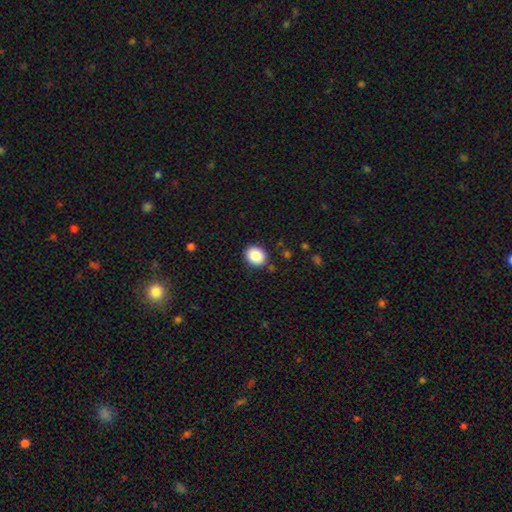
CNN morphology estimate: Overall: smooth (87%). How rounded: round (60%; in between 39%). Merging: none (89%).